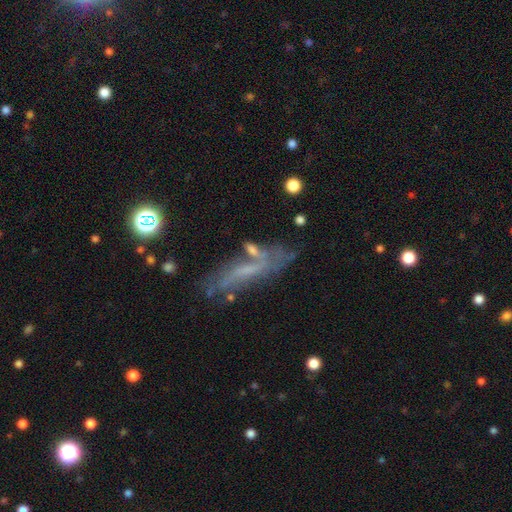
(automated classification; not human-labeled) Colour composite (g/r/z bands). It shows a featured or disk galaxy (51%). Merging: none (41%).